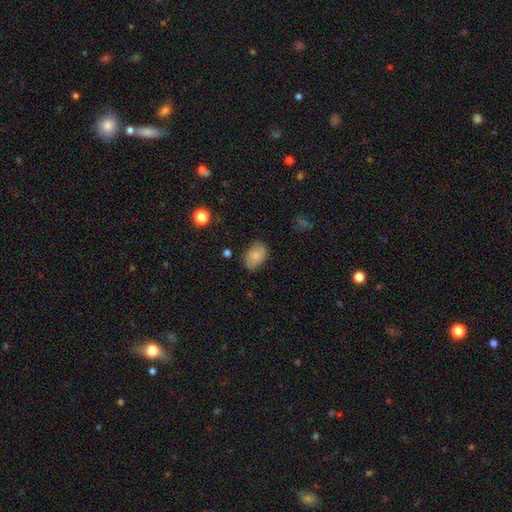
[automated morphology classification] Smooth or featured? Predicted: smooth (p=0.78). How rounded? Predicted: in between (p=0.87). Merging? Predicted: none (p=0.77).